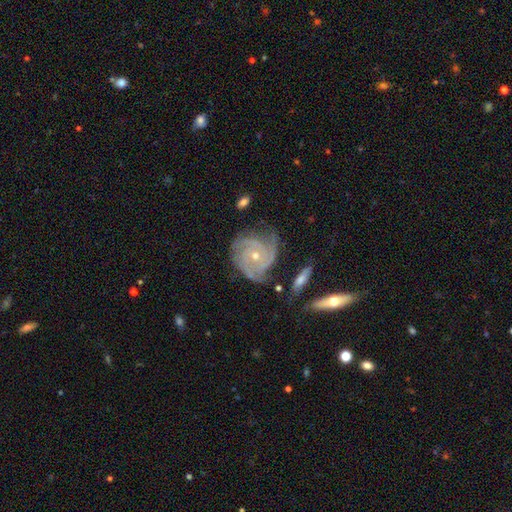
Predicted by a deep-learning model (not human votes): Morphology: type=featured or disk (87%); edge-on=no (97%); bar=no (77%); spiral arms=yes (96%); winding=tight (69%); arm count=3 (42%); bulge=small (56%); merging=none (63%).